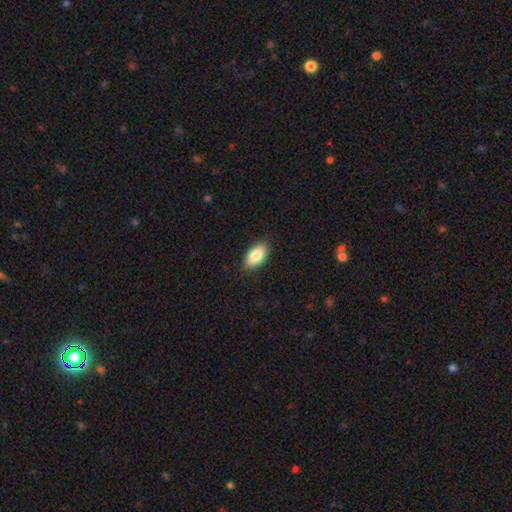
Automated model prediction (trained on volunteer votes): smooth-or-featured: smooth: 85% | featured or disk: 8% | star or artifact: 7%
  how-rounded: in between: 93% | cigar-shaped: 4% | round: 3%
  merging: none: 87% | minor disturbance: 10% | major disturbance: 2% | merger: 1%